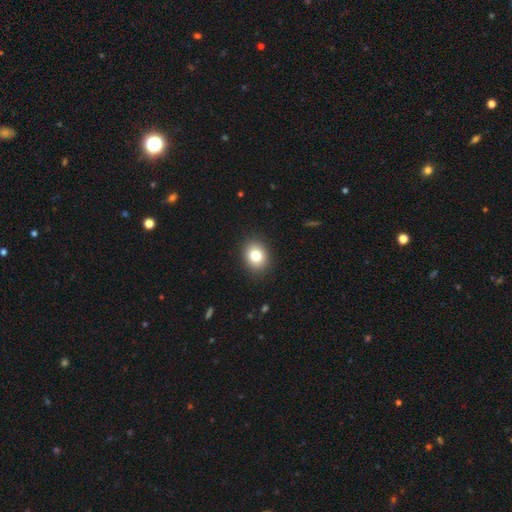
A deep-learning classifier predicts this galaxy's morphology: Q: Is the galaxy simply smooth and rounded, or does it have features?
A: smooth — 81%.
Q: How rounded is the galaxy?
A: round — 55%.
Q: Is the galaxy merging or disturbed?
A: none — 90%.